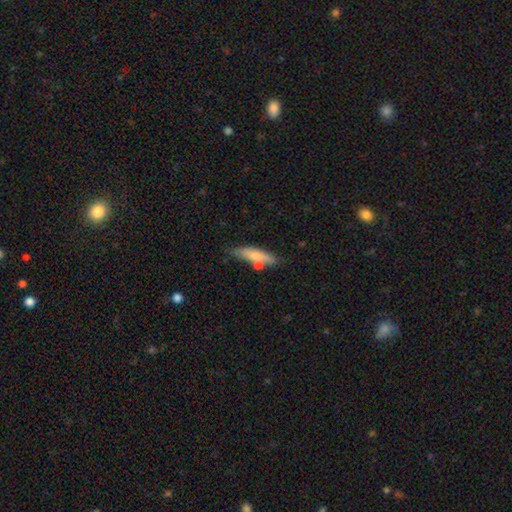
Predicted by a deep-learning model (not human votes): Smooth or featured?
  - smooth: 65% *
  - featured or disk: 29%
  - star or artifact: 6%
How rounded?
  - cigar-shaped: 72% *
  - in between: 26%
  - round: 2%
Merging?
  - none: 62% *
  - merger: 17%
  - minor disturbance: 17%
  - major disturbance: 4%